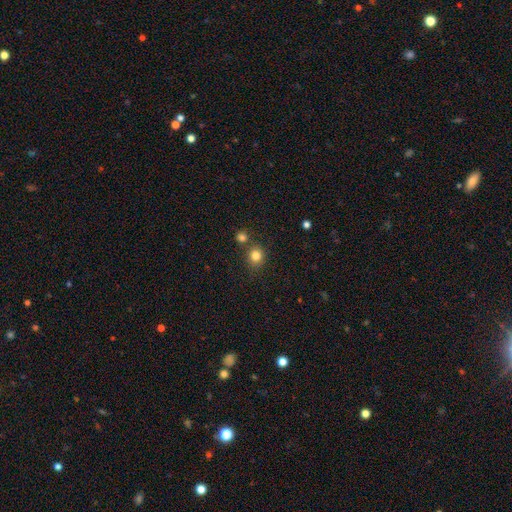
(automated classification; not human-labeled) Q: Smooth or featured?
A: smooth (82%); runner-up: star or artifact (12%)
Q: How rounded?
A: round (81%); runner-up: in between (18%)
Q: Merging?
A: none (73%); runner-up: merger (15%)